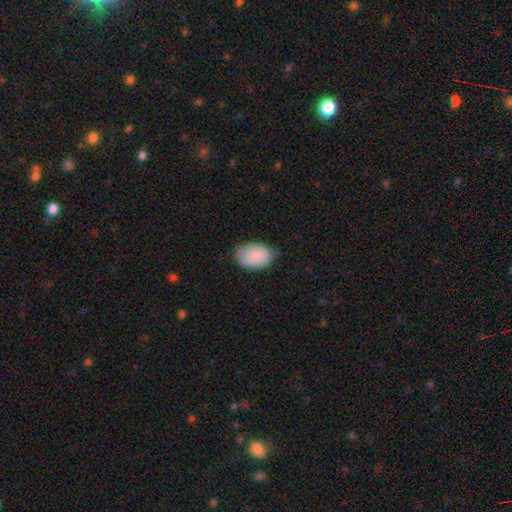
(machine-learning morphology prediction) A smooth galaxy with no disk features (86%) that is in between round and cigar-shaped (90%).

Vote fractions:
- Smooth or featured? smooth: 86% / featured or disk: 8% / star or artifact: 6%
- How rounded? in between: 90% / round: 9% / cigar-shaped: 1%
- Merging? none: 67% / minor disturbance: 28% / major disturbance: 4% / merger: 1%